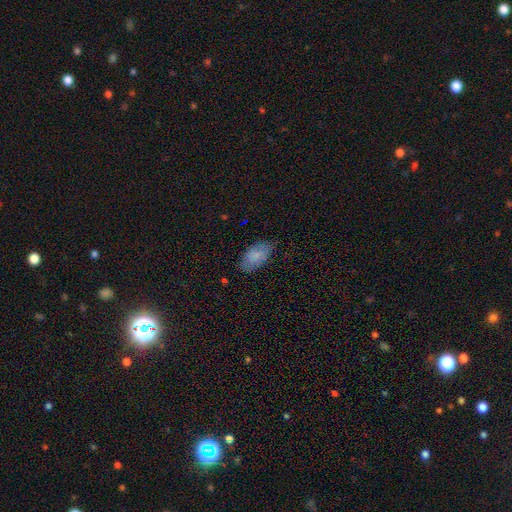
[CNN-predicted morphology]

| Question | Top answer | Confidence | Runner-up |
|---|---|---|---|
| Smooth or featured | smooth | 81% | featured or disk (12%) |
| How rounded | in between | 94% | round (3%) |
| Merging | none | 76% | minor disturbance (19%) |